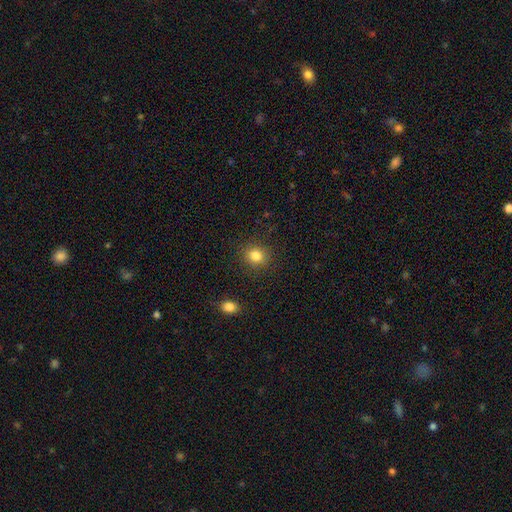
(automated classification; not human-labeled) A smooth galaxy with no disk features (83%) that is round (77%).

Vote fractions:
- Smooth or featured? smooth: 83% / star or artifact: 12% / featured or disk: 5%
- How rounded? round: 77% / in between: 22% / cigar-shaped: 1%
- Merging? none: 88% / minor disturbance: 8% / major disturbance: 3% / merger: 1%